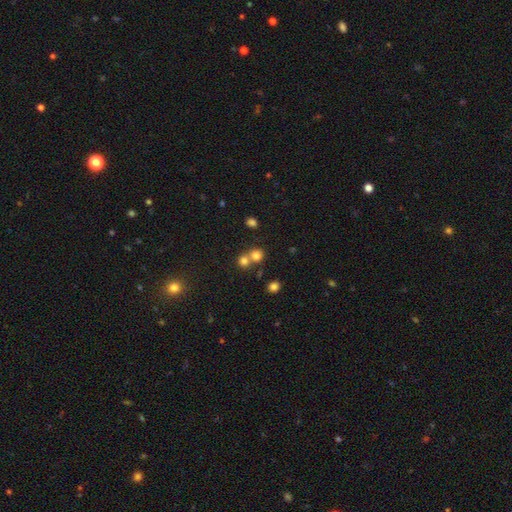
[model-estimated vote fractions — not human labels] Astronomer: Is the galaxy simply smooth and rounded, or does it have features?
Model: smooth — 76%.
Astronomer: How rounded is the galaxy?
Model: round — 84%.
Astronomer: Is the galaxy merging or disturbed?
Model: none — 47% (runner-up: merger, 44%).